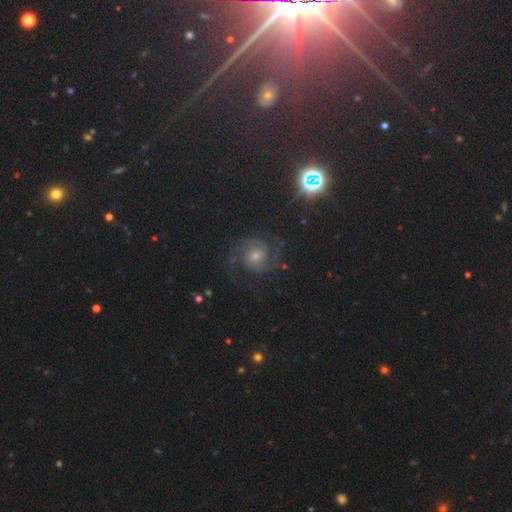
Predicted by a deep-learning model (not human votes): Smooth or featured? Predicted: featured or disk (p=0.74). Edge-on disk? Predicted: no (p=0.98). Bar? Predicted: no (p=0.57). Spiral arms? Predicted: yes (p=0.97). Spiral winding? Predicted: medium (p=0.55). Spiral arm count? Predicted: 2 (p=0.87). Bulge size? Predicted: small (p=0.49). Merging? Predicted: none (p=0.79).